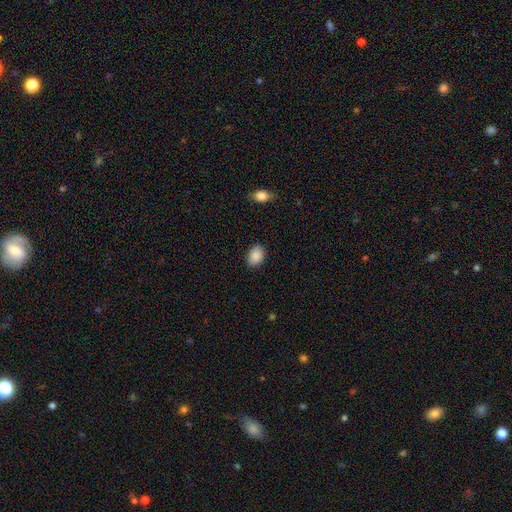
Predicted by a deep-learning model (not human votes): A smooth galaxy with no disk features (89%) that is in between round and cigar-shaped (77%).

Vote fractions:
- Smooth or featured? smooth: 89% / star or artifact: 8% / featured or disk: 3%
- How rounded? in between: 77% / round: 22% / cigar-shaped: 1%
- Merging? none: 83% / minor disturbance: 13% / major disturbance: 3% / merger: 1%